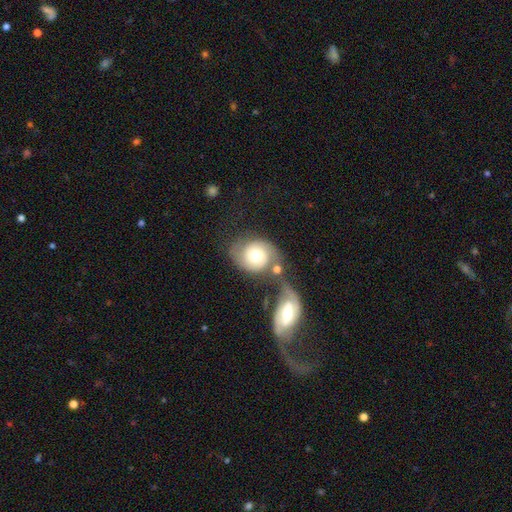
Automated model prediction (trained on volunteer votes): This is likely a featured or disk galaxy (62%). It is clearly not viewed edge-on (97%). Bar: likely no (73%). Spiral arm pattern: clearly yes (89%). Spiral arm count: clearly 2 (85%). Spiral winding: marginally medium (43%). Central bulge: likely moderate (67%). Merging: marginally merger (44%).